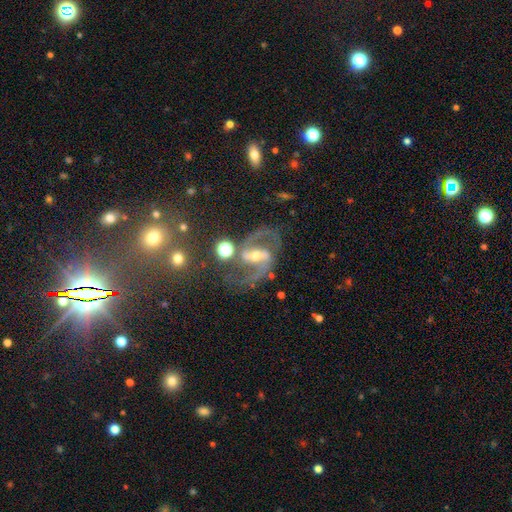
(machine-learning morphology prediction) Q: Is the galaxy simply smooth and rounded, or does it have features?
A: featured or disk — 89%.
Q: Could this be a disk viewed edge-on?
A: no — 97%.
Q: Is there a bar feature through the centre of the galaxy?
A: strong — 50%.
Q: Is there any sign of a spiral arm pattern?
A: yes — 96%.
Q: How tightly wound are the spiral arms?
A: medium — 60%.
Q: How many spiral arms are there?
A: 2 — 93%.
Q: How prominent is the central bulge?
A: moderate — 56%.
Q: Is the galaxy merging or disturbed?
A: none — 67%.